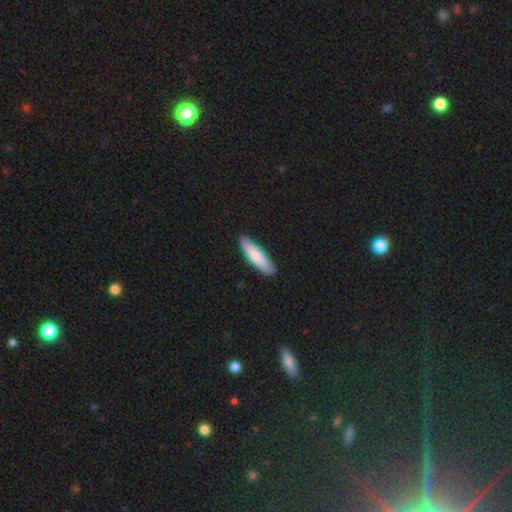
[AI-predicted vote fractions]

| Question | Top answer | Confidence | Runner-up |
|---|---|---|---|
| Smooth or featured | smooth | 79% | featured or disk (17%) |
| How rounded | cigar-shaped | 69% | in between (30%) |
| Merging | none | 89% | minor disturbance (9%) |